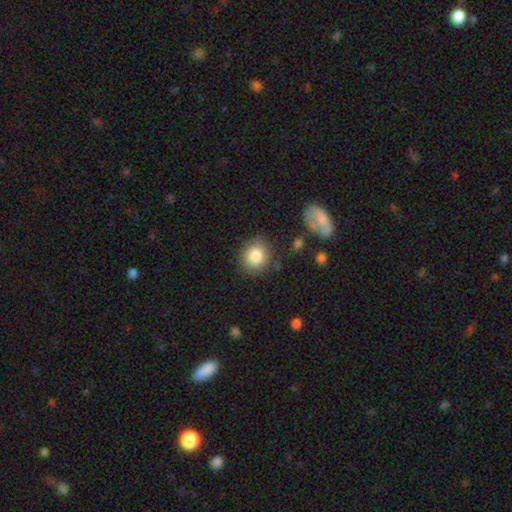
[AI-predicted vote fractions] smooth_or_featured: smooth (p=0.84) [alt: star or artifact p=0.09]
how_rounded: round (p=0.82) [alt: in between p=0.17]
merging: none (p=0.81) [alt: minor disturbance p=0.12]